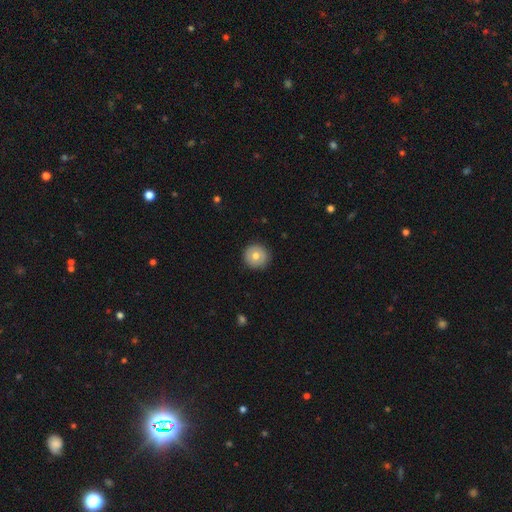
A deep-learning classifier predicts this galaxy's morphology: A smooth galaxy with no disk features (70%) that is round (95%).

Vote fractions:
- Smooth or featured? smooth: 70% / featured or disk: 23% / star or artifact: 7%
- How rounded? round: 95% / in between: 4% / cigar-shaped: 1%
- Merging? none: 91% / minor disturbance: 6% / major disturbance: 2% / merger: 1%